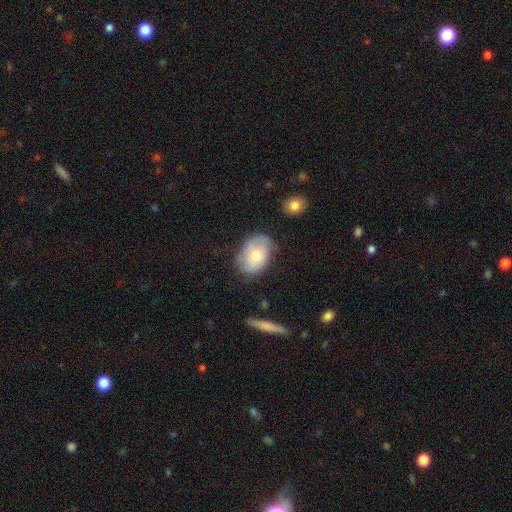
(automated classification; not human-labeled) Smooth or featured?
  - smooth: 69% *
  - featured or disk: 24%
  - star or artifact: 7%
How rounded?
  - in between: 76% *
  - round: 23%
  - cigar-shaped: 1%
Merging?
  - none: 63% *
  - minor disturbance: 26%
  - major disturbance: 8%
  - merger: 3%